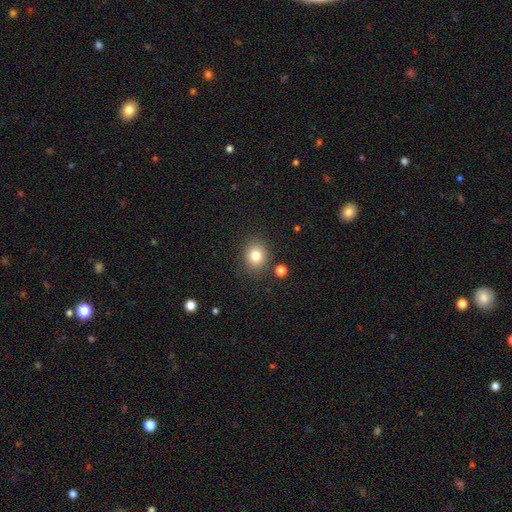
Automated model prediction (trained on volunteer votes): Smooth or featured? smooth (81%)
How rounded? round (69%)
Merging? none (84%)